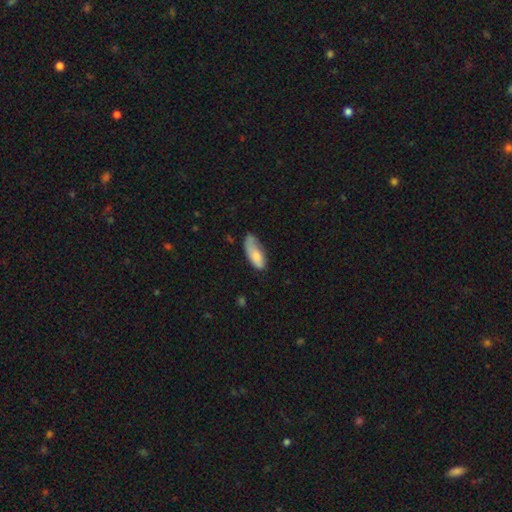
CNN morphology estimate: smooth_or_featured: smooth (p=0.77) [alt: featured or disk p=0.17]
how_rounded: in between (p=0.80) [alt: cigar-shaped p=0.17]
merging: none (p=0.39) [tied with: minor disturbance p=0.39]